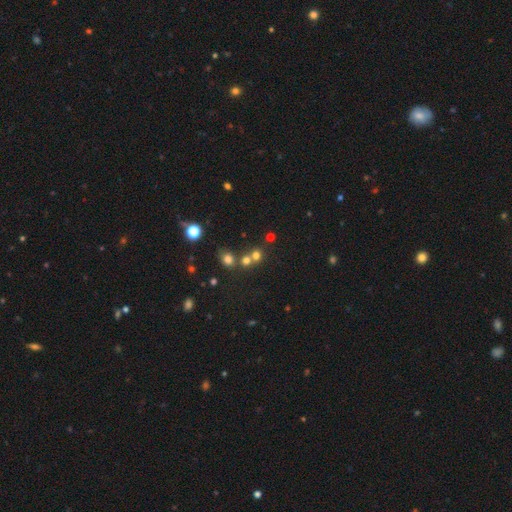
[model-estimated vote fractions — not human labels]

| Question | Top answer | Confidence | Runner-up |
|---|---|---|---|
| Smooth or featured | smooth | 65% | star or artifact (25%) |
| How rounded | round | 84% | in between (15%) |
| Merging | none | 52% | merger (38%) |